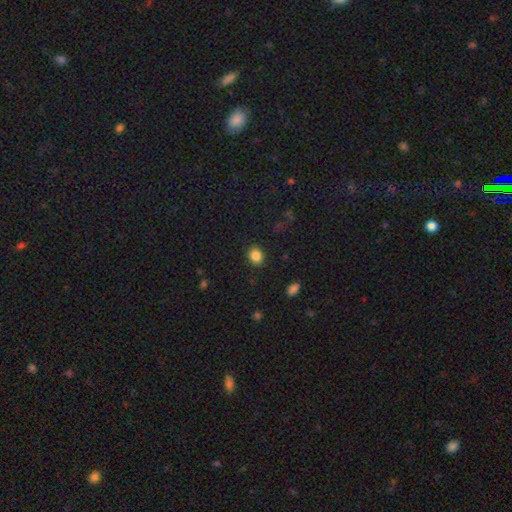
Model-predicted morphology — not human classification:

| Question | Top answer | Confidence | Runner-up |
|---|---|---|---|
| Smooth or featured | smooth | 85% | star or artifact (10%) |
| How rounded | round | 56% | in between (44%) |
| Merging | none | 89% | minor disturbance (8%) |